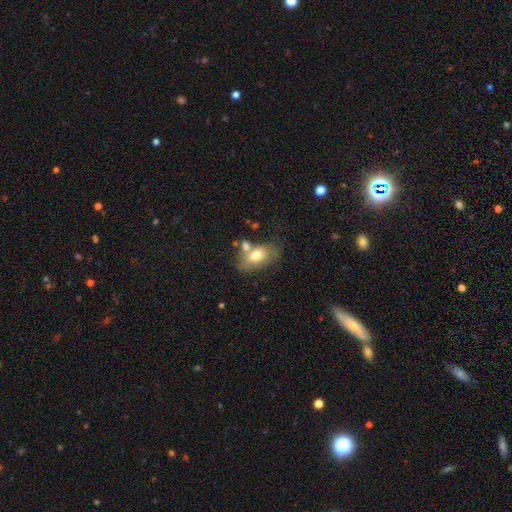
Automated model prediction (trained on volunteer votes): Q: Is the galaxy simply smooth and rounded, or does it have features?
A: smooth — 71%.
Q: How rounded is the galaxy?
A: in between — 88%.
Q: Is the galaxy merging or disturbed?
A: none — 48%.